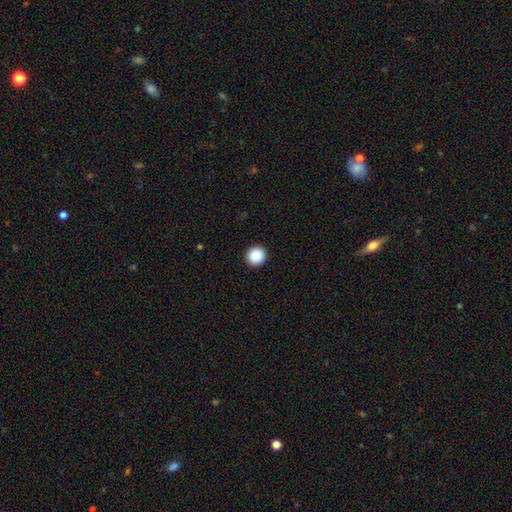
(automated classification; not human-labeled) A smooth galaxy with no disk features (89%) that is round (95%).

Vote fractions:
- Smooth or featured? smooth: 89% / star or artifact: 9% / featured or disk: 3%
- How rounded? round: 95% / in between: 4% / cigar-shaped: 1%
- Merging? none: 93% / minor disturbance: 4% / major disturbance: 1% / merger: 1%